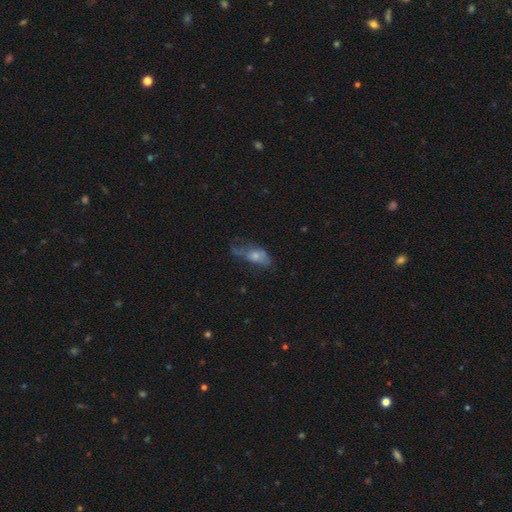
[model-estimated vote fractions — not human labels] Smooth or featured?
  - smooth: 52% *
  - featured or disk: 38%
  - star or artifact: 10%
How rounded?
  - in between: 79% *
  - cigar-shaped: 17%
  - round: 5%
Merging?
  - major disturbance: 35% *
  - none: 32%
  - minor disturbance: 30%
  - merger: 4%